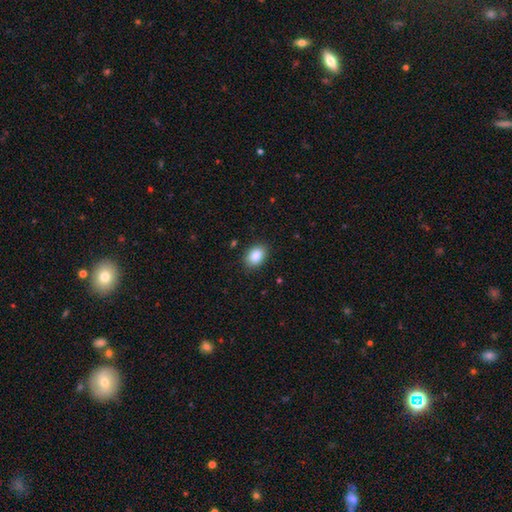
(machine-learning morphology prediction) smooth 87%, star or artifact 8%, featured or disk 5%. Down the decision tree: how rounded — in between (78%); merging — none (87%).